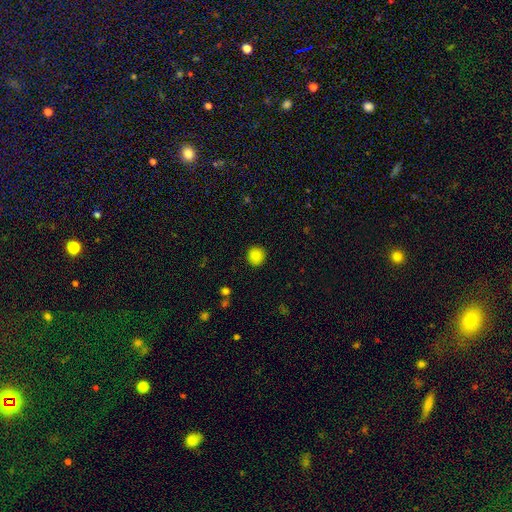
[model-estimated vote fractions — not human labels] Smooth or featured: smooth — 86% (star or artifact — 9%)
How rounded: round — 93% (in between — 6%)
Merging: none — 92% (minor disturbance — 6%)